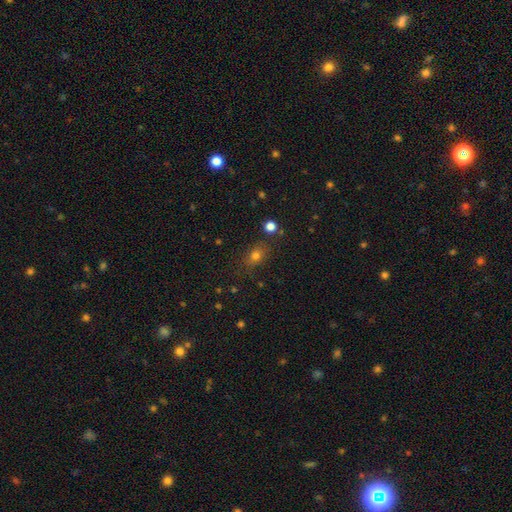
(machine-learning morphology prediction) Smooth or featured: smooth — 73% (star or artifact — 18%)
How rounded: in between — 58% (round — 40%)
Merging: none — 77% (minor disturbance — 15%)